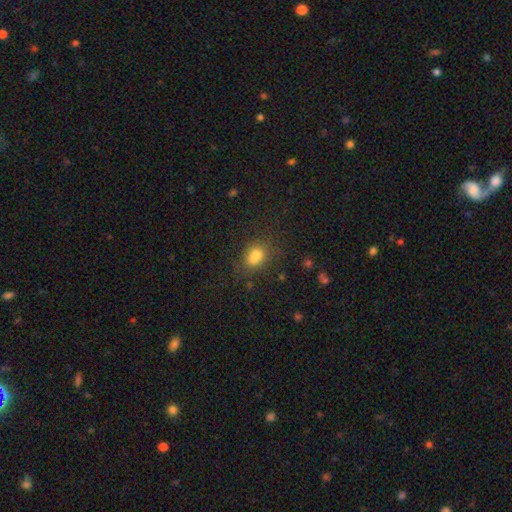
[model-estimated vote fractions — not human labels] A smooth galaxy with no disk features (72%) that is in between round and cigar-shaped (52%).

Vote fractions:
- Smooth or featured? smooth: 72% / star or artifact: 15% / featured or disk: 13%
- How rounded? in between: 52% / round: 46% / cigar-shaped: 2%
- Merging? none: 45% / merger: 35% / minor disturbance: 14% / major disturbance: 6%